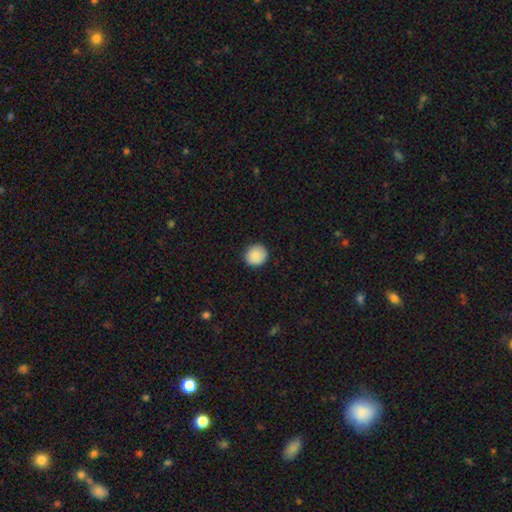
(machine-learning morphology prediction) Smooth or featured?
  - smooth: 88% *
  - star or artifact: 8%
  - featured or disk: 4%
How rounded?
  - round: 91% *
  - in between: 8%
  - cigar-shaped: 1%
Merging?
  - none: 90% *
  - minor disturbance: 7%
  - major disturbance: 2%
  - merger: 1%